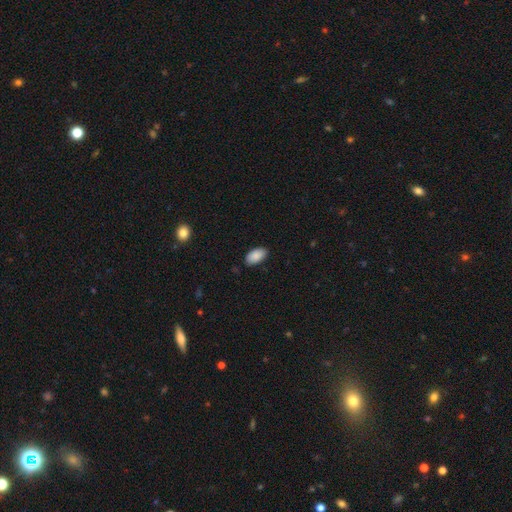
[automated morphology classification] smooth-or-featured: smooth: 89% | star or artifact: 7% | featured or disk: 4%
  how-rounded: in between: 95% | round: 3% | cigar-shaped: 2%
  merging: none: 85% | minor disturbance: 12% | major disturbance: 2% | merger: 1%